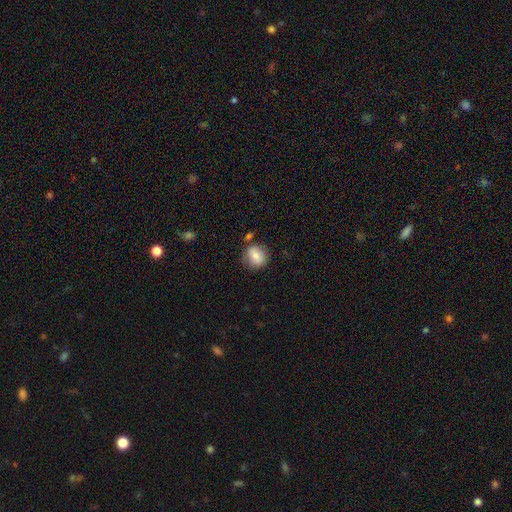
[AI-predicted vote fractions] A smooth galaxy with no disk features (77%) that is round (72%).

Vote fractions:
- Smooth or featured? smooth: 77% / featured or disk: 14% / star or artifact: 9%
- How rounded? round: 72% / in between: 26% / cigar-shaped: 1%
- Merging? none: 76% / minor disturbance: 14% / merger: 7% / major disturbance: 4%